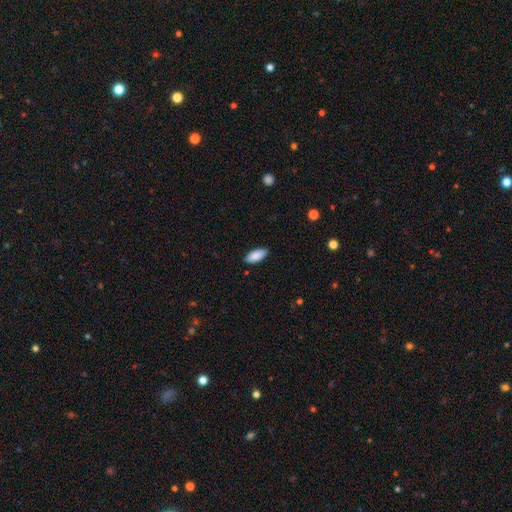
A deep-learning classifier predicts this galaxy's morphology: A smooth galaxy with no disk features (89%) that is in between round and cigar-shaped (87%). Merging: none (88%).